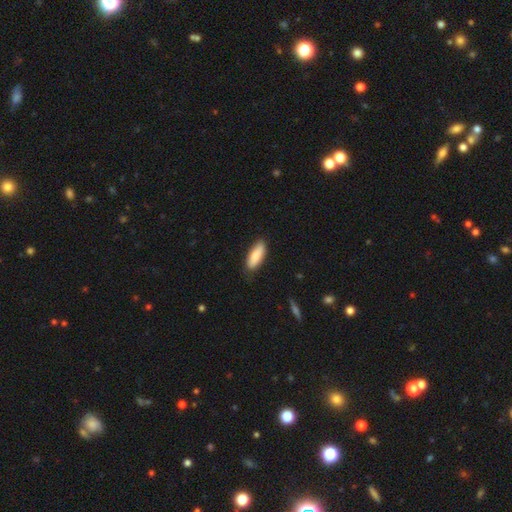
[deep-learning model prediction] Smooth or featured? Predicted: smooth (p=0.84). How rounded? Predicted: in between (p=0.64). Merging? Predicted: none (p=0.82).